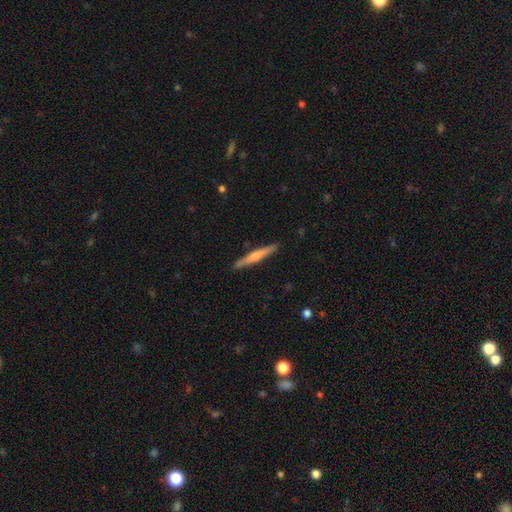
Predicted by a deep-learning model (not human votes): Q: Smooth or featured?
A: smooth (57%); runner-up: featured or disk (38%)
Q: How rounded?
A: cigar-shaped (95%); runner-up: in between (4%)
Q: Merging?
A: none (89%); runner-up: minor disturbance (8%)